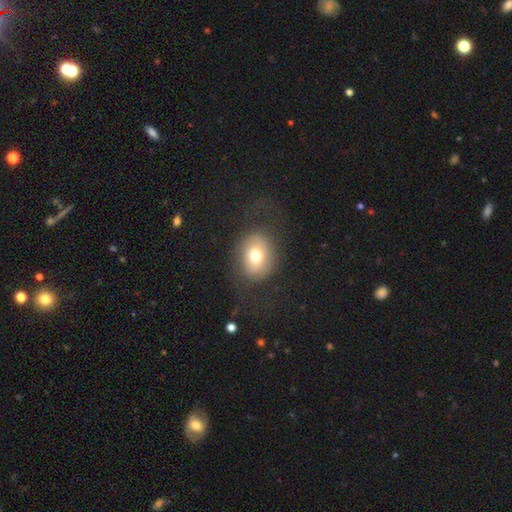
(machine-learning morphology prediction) Smooth or featured? Predicted: smooth (p=0.66). How rounded? Predicted: in between (p=0.54). Merging? Predicted: none (p=0.68).